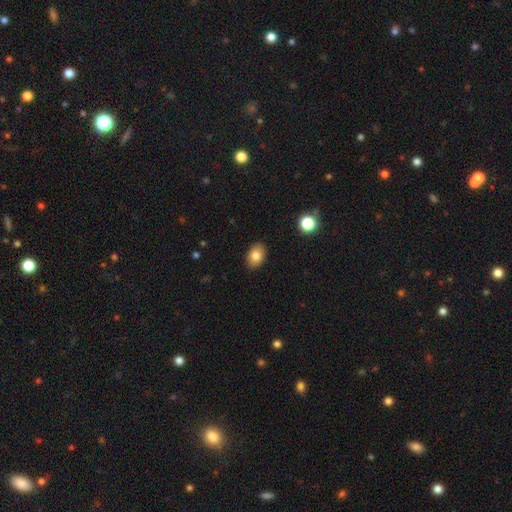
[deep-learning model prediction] Smooth or featured?
  - smooth: 82% *
  - featured or disk: 10%
  - star or artifact: 9%
How rounded?
  - in between: 81% *
  - round: 18%
  - cigar-shaped: 1%
Merging?
  - none: 89% *
  - minor disturbance: 8%
  - major disturbance: 2%
  - merger: 1%